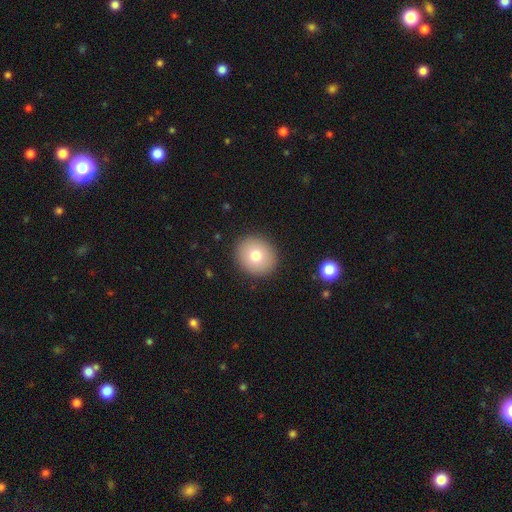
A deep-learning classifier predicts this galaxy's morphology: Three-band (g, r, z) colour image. It shows a smooth galaxy with no disk features (77%) that is round (83%). Merging: none (91%).